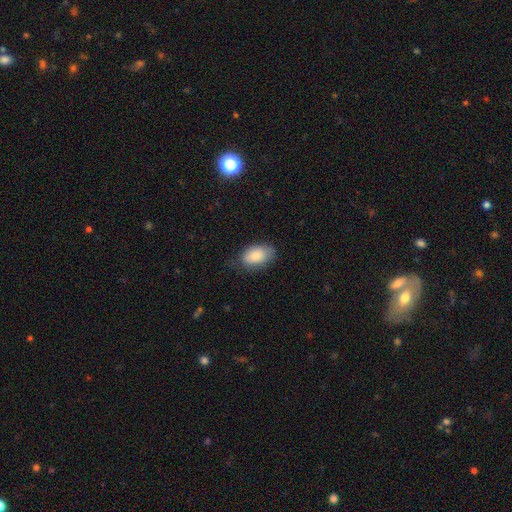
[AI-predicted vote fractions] The model was most divided on "merging": none: 68%, minor disturbance: 25%, major disturbance: 6%, merger: 1%. More confident: how rounded — in between (92%); smooth or featured — smooth (84%).